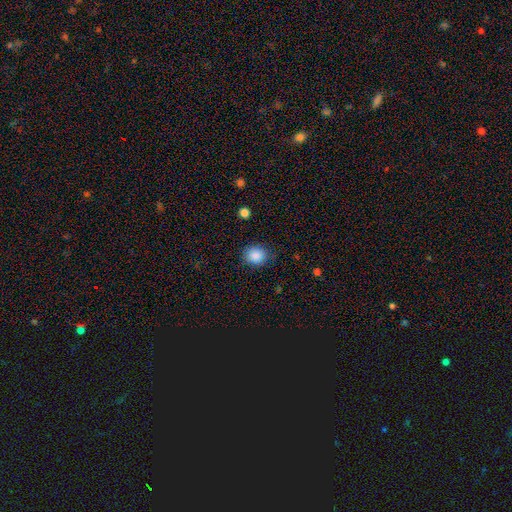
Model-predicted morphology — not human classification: smooth-or-featured: smooth: 88% | star or artifact: 9% | featured or disk: 3%
  how-rounded: round: 77% | in between: 22% | cigar-shaped: 1%
  merging: none: 84% | minor disturbance: 11% | major disturbance: 3% | merger: 1%